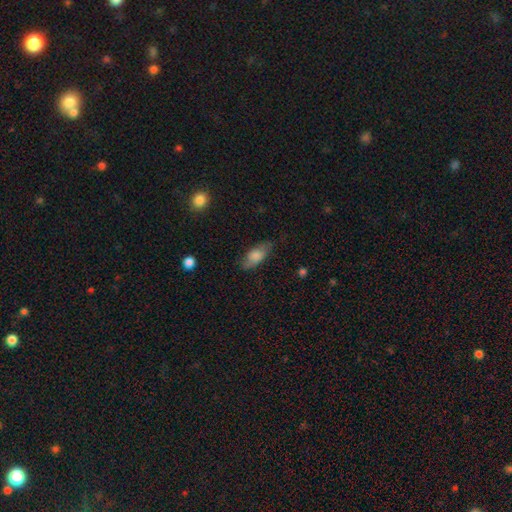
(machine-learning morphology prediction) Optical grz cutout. It shows a smooth galaxy with no disk features (73%) that is in between round and cigar-shaped (81%). Merging: none (71%).